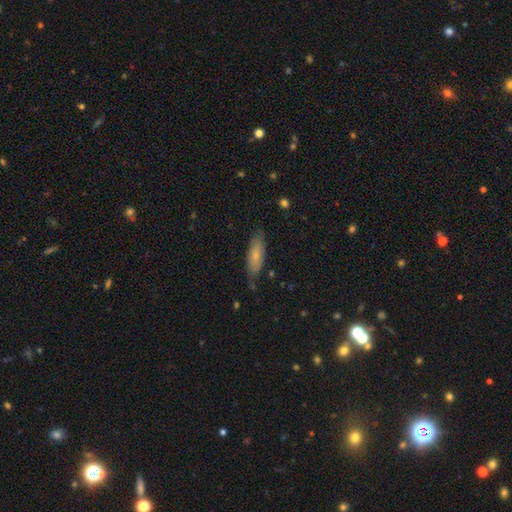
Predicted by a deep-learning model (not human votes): smooth 70%, featured or disk 24%, star or artifact 6%. Down the decision tree: how rounded — in between (54%); merging — none (78%).